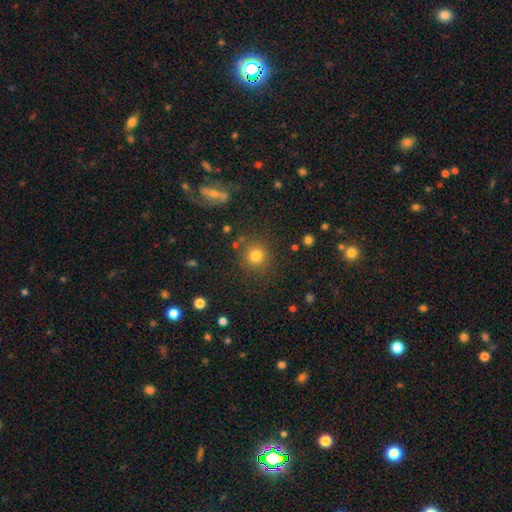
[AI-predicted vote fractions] This is likely a smooth galaxy (79%). How rounded: clearly round (91%). Merging: clearly none (84%).